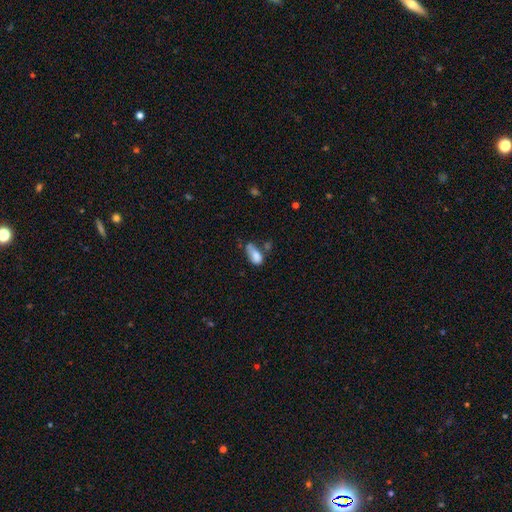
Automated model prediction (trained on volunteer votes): Q: Smooth or featured?
A: smooth (78%); runner-up: featured or disk (13%)
Q: How rounded?
A: in between (87%); runner-up: cigar-shaped (7%)
Q: Merging?
A: minor disturbance (33%); runner-up: none (29%)